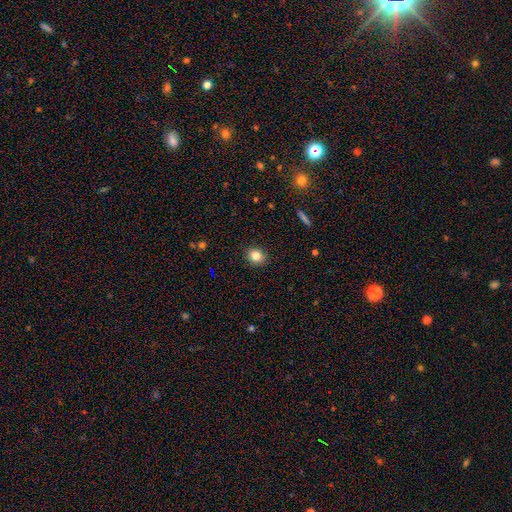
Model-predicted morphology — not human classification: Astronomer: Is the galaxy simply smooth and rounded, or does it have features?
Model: smooth — 82%.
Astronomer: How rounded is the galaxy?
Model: round — 63%.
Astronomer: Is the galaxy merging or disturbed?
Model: none — 89%.